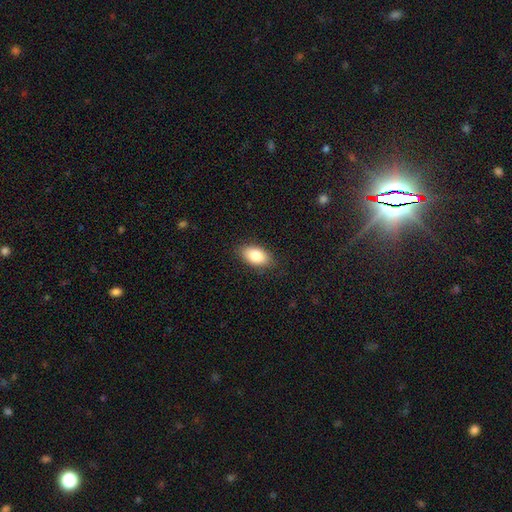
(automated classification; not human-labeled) Smooth or featured? Predicted: smooth (p=0.83). How rounded? Predicted: in between (p=0.92). Merging? Predicted: none (p=0.86).